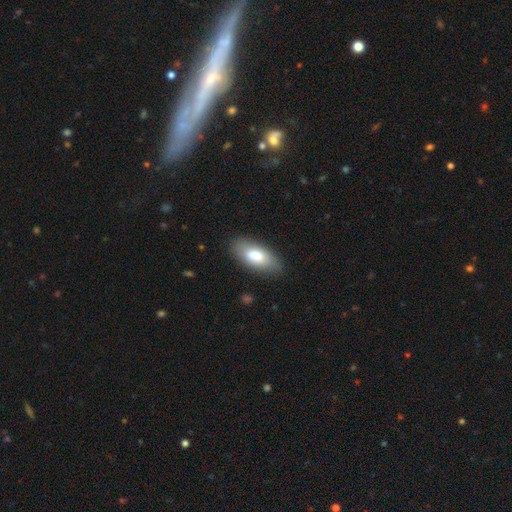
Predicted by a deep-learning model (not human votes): This appears to be a smooth galaxy with no disk features (76%) that is in between round and cigar-shaped (87%). Merging: none (85%).